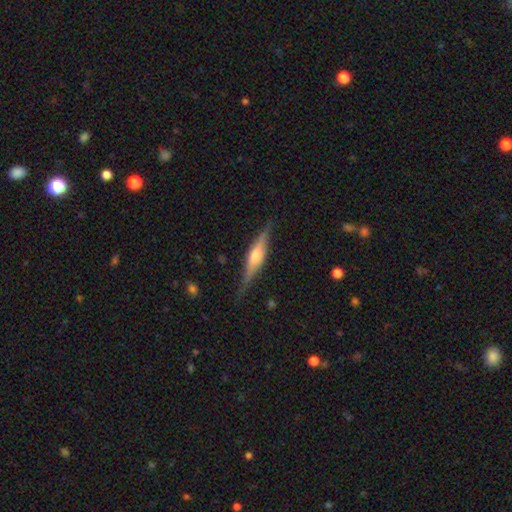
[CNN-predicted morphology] Smooth or featured?
  - featured or disk: 69% *
  - smooth: 25%
  - star or artifact: 6%
Edge-on disk?
  - yes: 96% *
  - no: 4%
Edge-on bulge?
  - rounded: 78% *
  - boxy: 16%
  - none: 5%
Merging?
  - none: 83% *
  - minor disturbance: 13%
  - major disturbance: 3%
  - merger: 1%